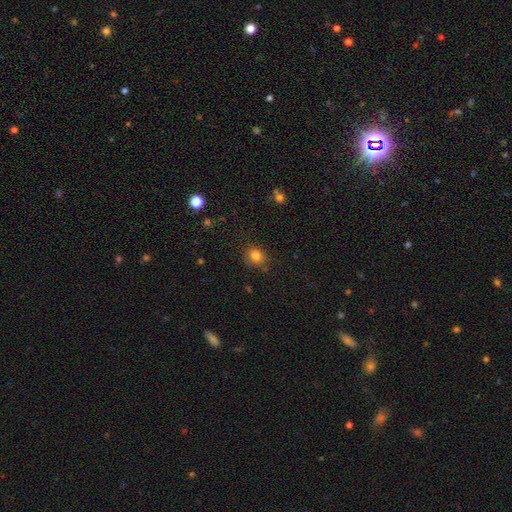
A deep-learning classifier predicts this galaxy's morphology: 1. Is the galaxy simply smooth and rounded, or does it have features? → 81% smooth, 13% star or artifact, 6% featured or disk.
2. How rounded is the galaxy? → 71% round, 28% in between, 1% cigar-shaped.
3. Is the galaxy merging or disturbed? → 80% none, 14% minor disturbance, 3% major disturbance, 2% merger.